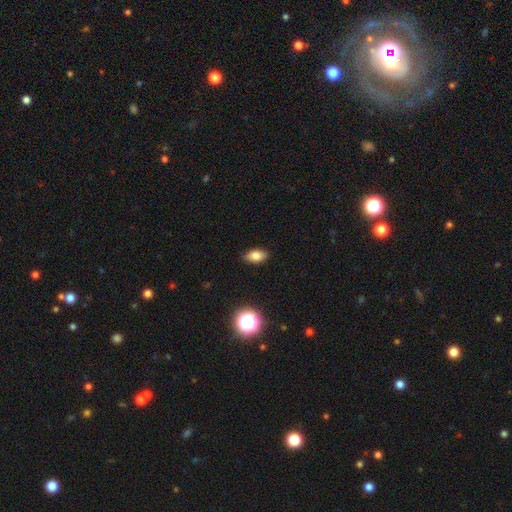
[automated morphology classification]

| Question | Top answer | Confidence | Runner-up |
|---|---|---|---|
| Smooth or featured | smooth | 81% | star or artifact (11%) |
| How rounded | in between | 88% | round (8%) |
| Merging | none | 87% | minor disturbance (9%) |